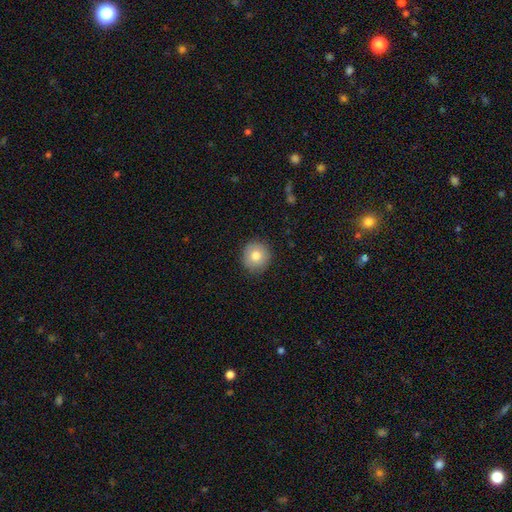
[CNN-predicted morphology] The model was most divided on "smooth or featured": smooth: 80%, featured or disk: 12%, star or artifact: 8%. More confident: how rounded — round (91%); merging — none (87%).